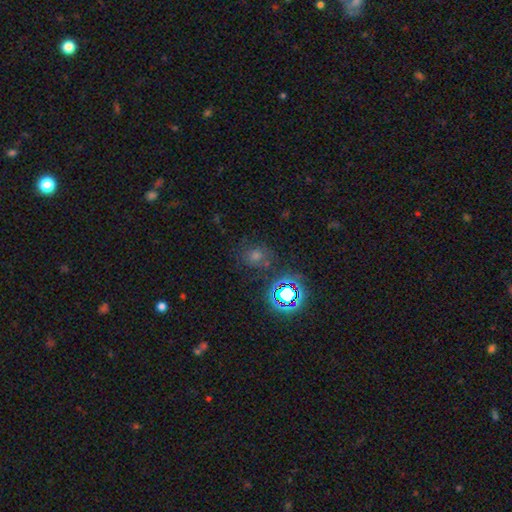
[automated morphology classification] smooth_or_featured: smooth (p=0.45) [alt: star or artifact p=0.43]
merging: none (p=0.76) [alt: minor disturbance p=0.13]